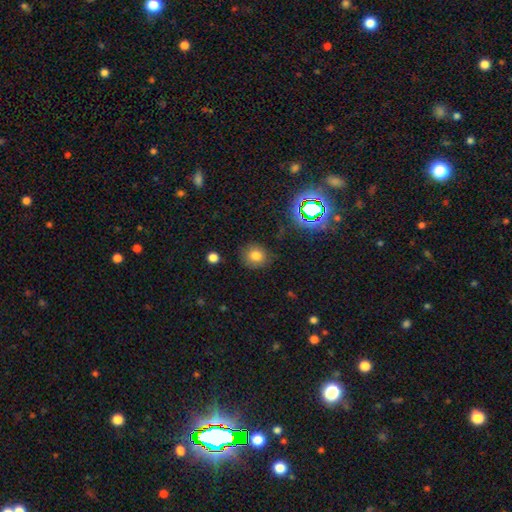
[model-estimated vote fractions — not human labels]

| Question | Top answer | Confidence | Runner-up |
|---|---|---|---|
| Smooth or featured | smooth | 76% | star or artifact (16%) |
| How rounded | round | 81% | in between (18%) |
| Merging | none | 81% | minor disturbance (13%) |